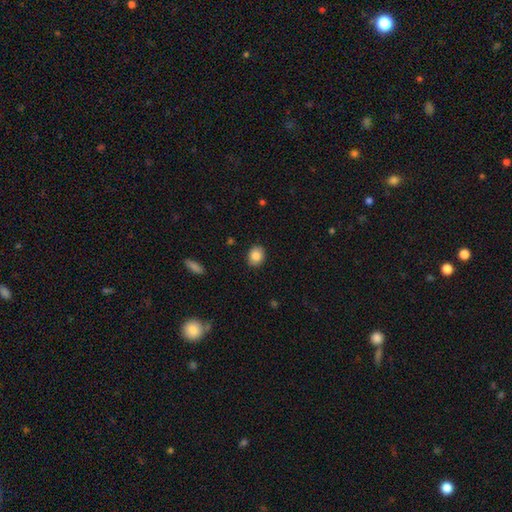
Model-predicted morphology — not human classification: Smooth or featured? Predicted: smooth (p=0.86). How rounded? Predicted: in between (p=0.51). Merging? Predicted: none (p=0.89).